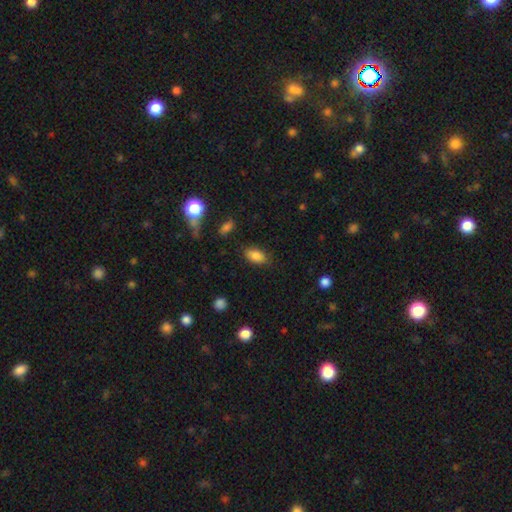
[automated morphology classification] This appears to be a smooth galaxy with no disk features (83%) that is in between round and cigar-shaped (91%). Merging: none (82%).